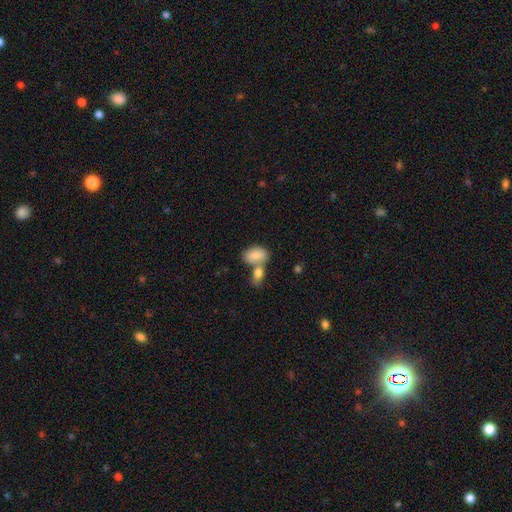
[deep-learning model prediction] Smooth or featured? Predicted: smooth (p=0.82). How rounded? Predicted: in between (p=0.90). Merging? Predicted: merger (p=0.53).